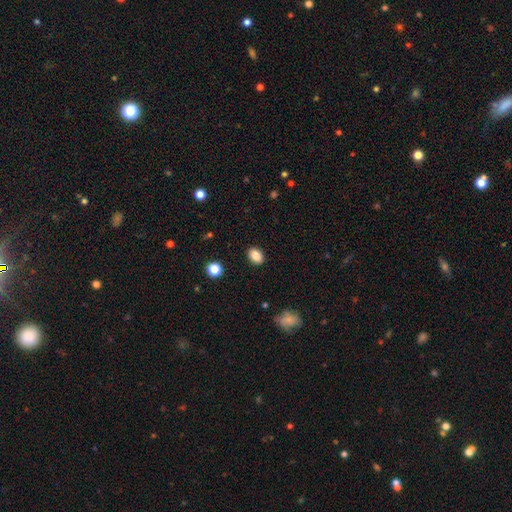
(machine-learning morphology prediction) Smooth or featured?
  - smooth: 87% *
  - star or artifact: 9%
  - featured or disk: 4%
How rounded?
  - in between: 81% *
  - round: 18%
  - cigar-shaped: 1%
Merging?
  - none: 89% *
  - minor disturbance: 8%
  - major disturbance: 2%
  - merger: 1%